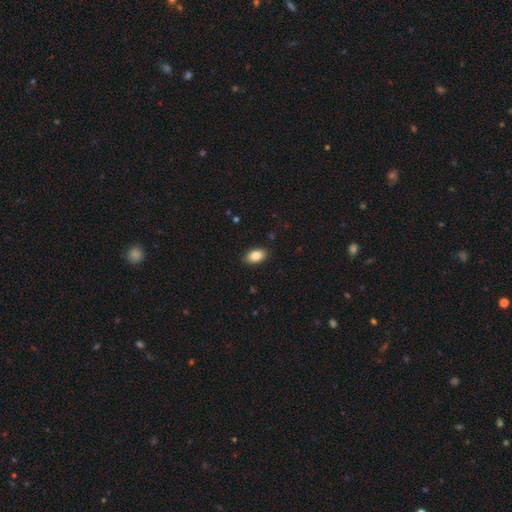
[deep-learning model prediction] Morphology: type=smooth (85%); roundness=in between (91%); merging=none (88%).